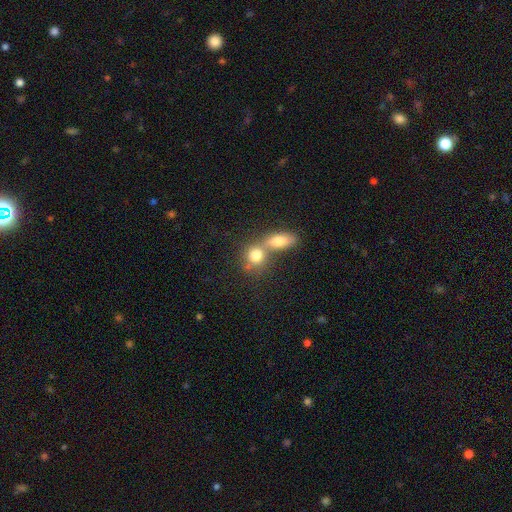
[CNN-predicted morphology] smooth 77%, featured or disk 13%, star or artifact 10%. Down the decision tree: how rounded — round (59%); merging — merger (59%).